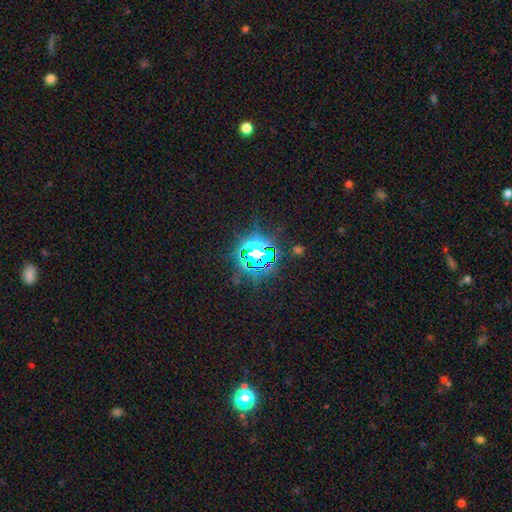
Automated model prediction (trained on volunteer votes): Q: Smooth or featured?
A: star or artifact (77%); runner-up: smooth (13%)